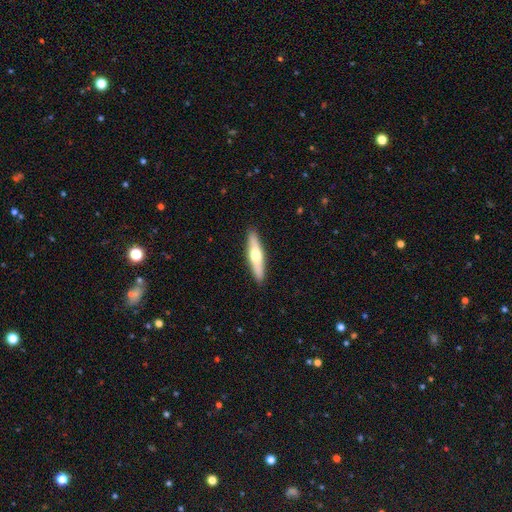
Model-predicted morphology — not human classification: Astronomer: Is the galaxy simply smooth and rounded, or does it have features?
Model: smooth — 50% (runner-up: featured or disk, 45%).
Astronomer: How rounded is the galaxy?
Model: cigar-shaped — 80%.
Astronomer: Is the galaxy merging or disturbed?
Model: none — 90%.